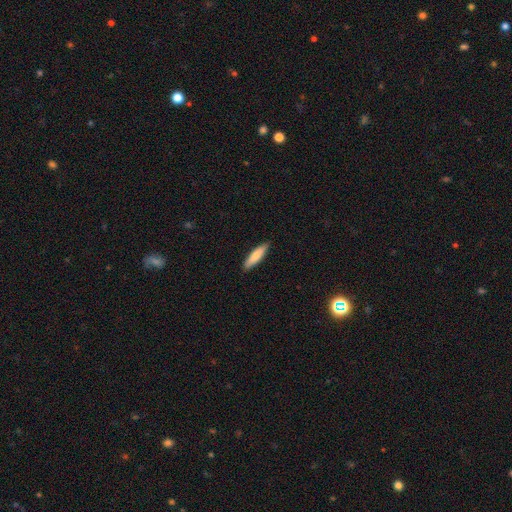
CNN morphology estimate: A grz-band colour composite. It shows a smooth galaxy with no disk features (79%) that is cigar-shaped (76%). Merging: none (89%).